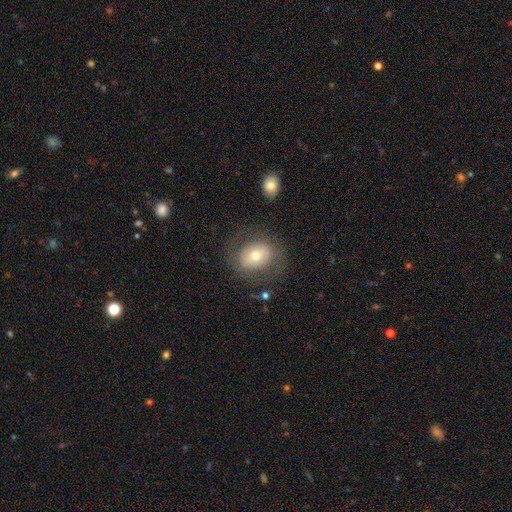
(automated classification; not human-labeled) Overall: smooth (59%; featured or disk 32%). How rounded: round (50%; in between 49%). Merging: none (74%).